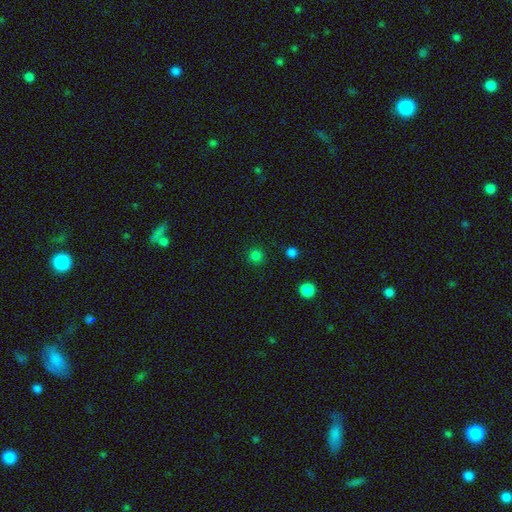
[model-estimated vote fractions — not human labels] Smooth or featured: smooth — 80% (star or artifact — 17%)
How rounded: round — 94% (in between — 5%)
Merging: none — 90% (minor disturbance — 6%)